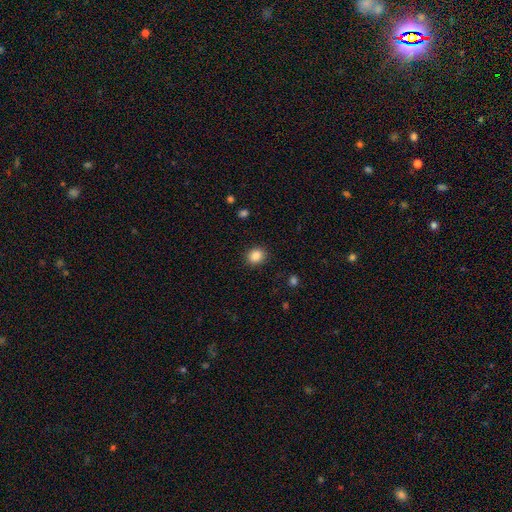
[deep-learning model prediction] Smooth or featured: smooth — 86% (star or artifact — 10%)
How rounded: round — 74% (in between — 25%)
Merging: none — 90% (minor disturbance — 7%)